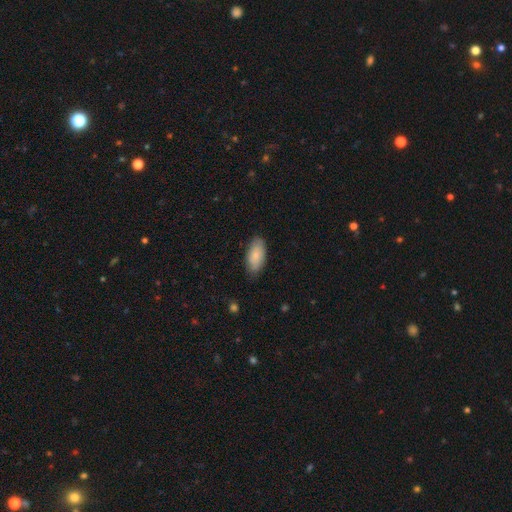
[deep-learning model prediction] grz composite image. It shows a smooth galaxy with no disk features (81%) that is in between round and cigar-shaped (91%). Merging: none (79%).